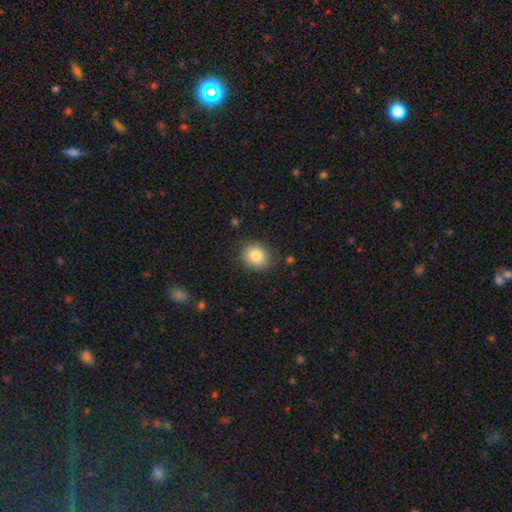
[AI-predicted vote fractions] Smooth or featured: smooth — 83% (star or artifact — 9%)
How rounded: round — 68% (in between — 31%)
Merging: none — 84% (minor disturbance — 11%)